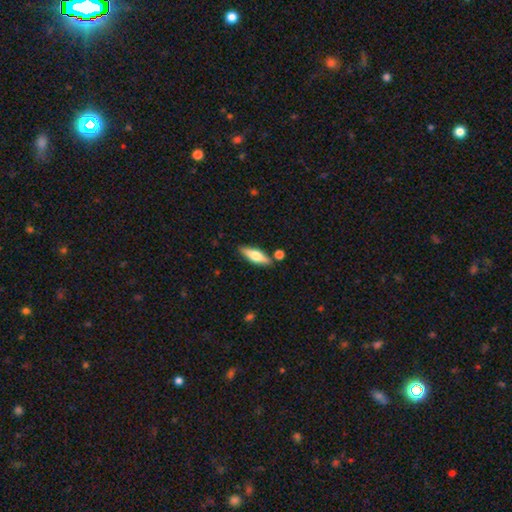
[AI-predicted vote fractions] This is possibly a smooth galaxy (53%). How rounded: possibly cigar-shaped (50%). Merging: clearly none (82%).